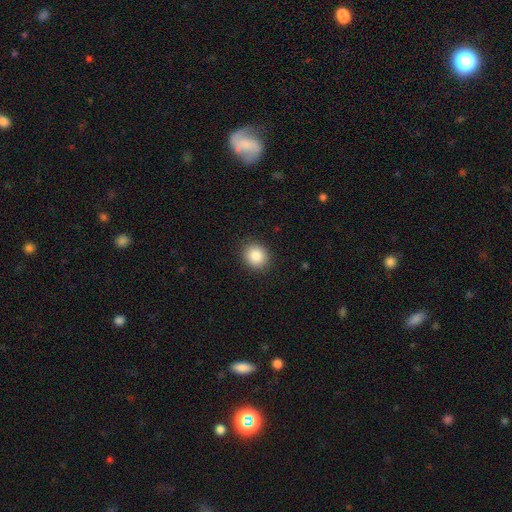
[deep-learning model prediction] The model was most divided on "how rounded": round: 72%, in between: 27%, cigar-shaped: 1%. More confident: merging — none (90%); smooth or featured — smooth (87%).